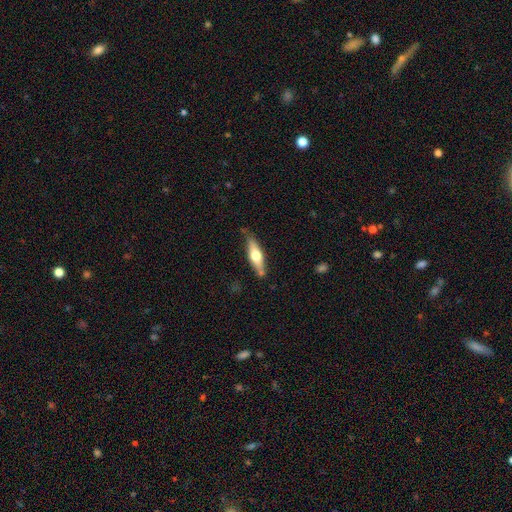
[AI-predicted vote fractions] A featured or disk galaxy (52%) viewed edge-on (91%). Merging: none (74%).